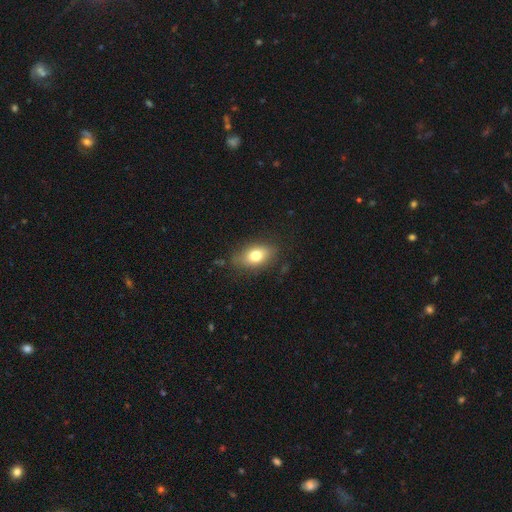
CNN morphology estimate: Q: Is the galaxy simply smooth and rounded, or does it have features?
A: smooth — 76%.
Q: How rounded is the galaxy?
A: in between — 83%.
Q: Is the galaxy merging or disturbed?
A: none — 78%.